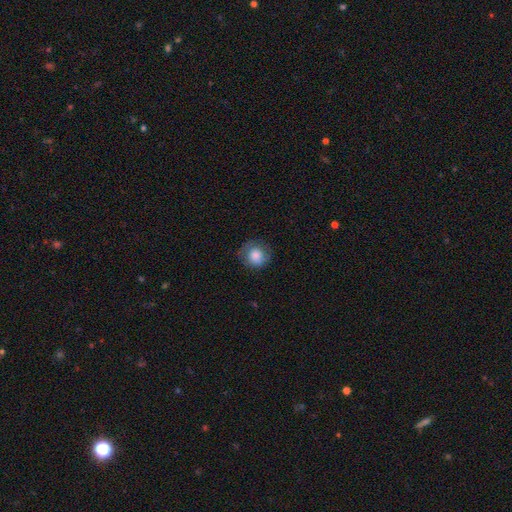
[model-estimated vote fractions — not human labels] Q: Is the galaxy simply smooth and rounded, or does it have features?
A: smooth — 78%.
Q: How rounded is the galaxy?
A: round — 86%.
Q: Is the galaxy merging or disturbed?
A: none — 71%.